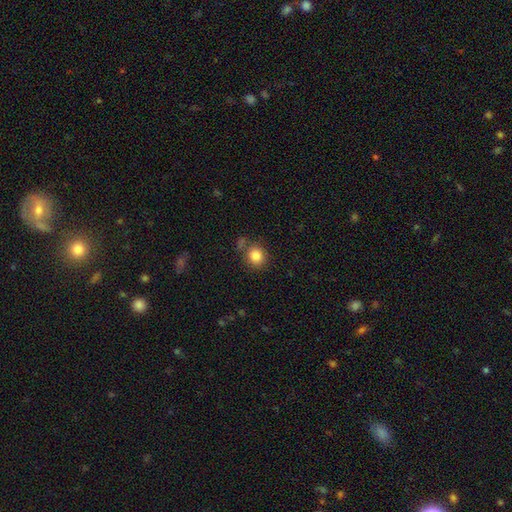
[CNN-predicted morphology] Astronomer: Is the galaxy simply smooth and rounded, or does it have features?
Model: smooth — 84%.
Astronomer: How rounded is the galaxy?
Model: round — 80%.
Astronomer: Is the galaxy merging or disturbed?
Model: none — 75%.